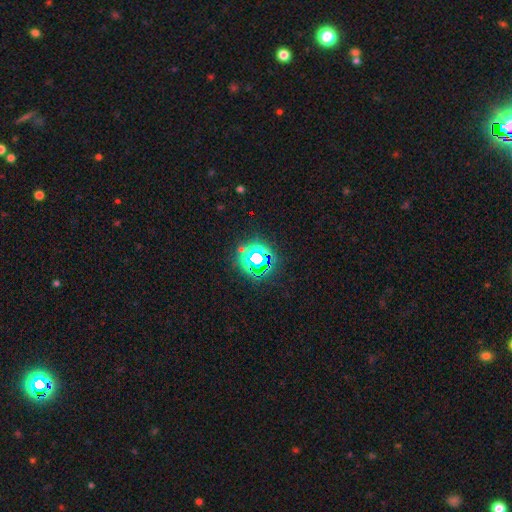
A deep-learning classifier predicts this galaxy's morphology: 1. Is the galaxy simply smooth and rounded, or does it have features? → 77% star or artifact, 17% smooth, 6% featured or disk.